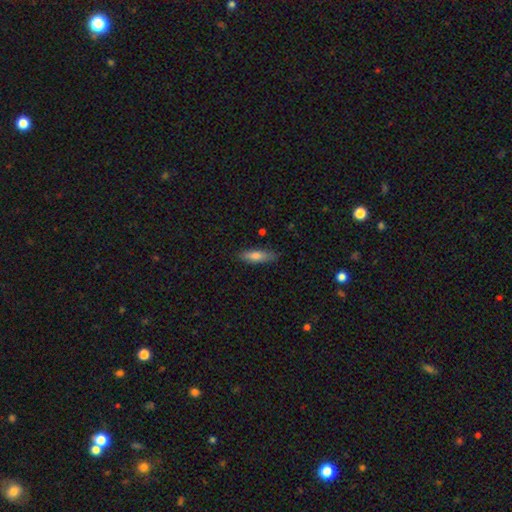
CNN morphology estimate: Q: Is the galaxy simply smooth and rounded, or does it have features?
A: smooth — 74%.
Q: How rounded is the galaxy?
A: cigar-shaped — 56%.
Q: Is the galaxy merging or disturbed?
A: none — 83%.